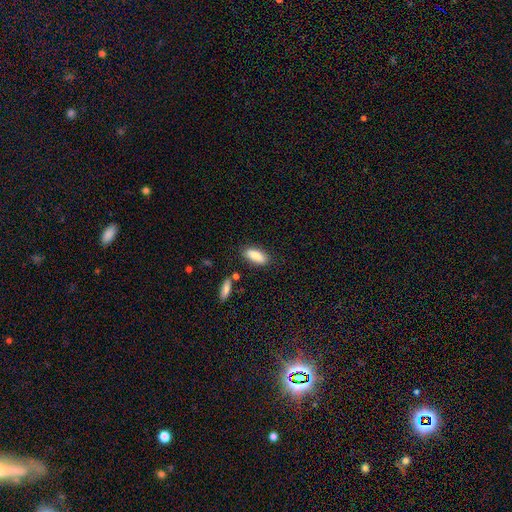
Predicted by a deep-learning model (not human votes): Smooth or featured: smooth — 86% (featured or disk — 8%)
How rounded: in between — 78% (cigar-shaped — 20%)
Merging: none — 81% (minor disturbance — 12%)